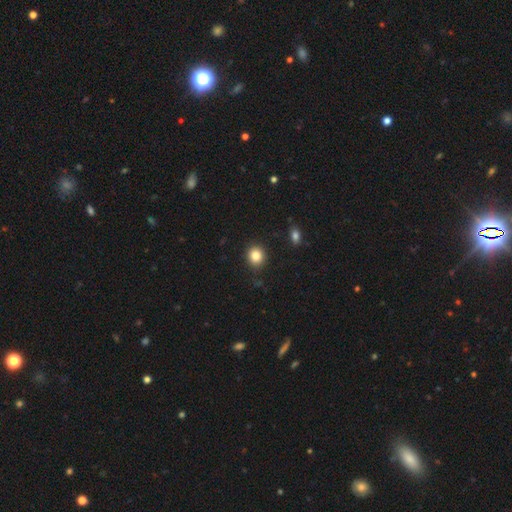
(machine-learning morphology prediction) smooth_or_featured: smooth (p=0.84) [alt: star or artifact p=0.10]
how_rounded: round (p=0.80) [alt: in between p=0.20]
merging: none (p=0.89) [alt: minor disturbance p=0.08]